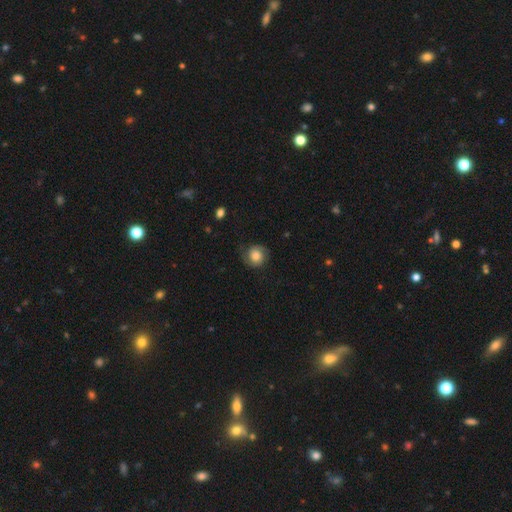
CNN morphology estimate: A smooth galaxy with no disk features (53%) that is round (84%). Merging: none (68%).